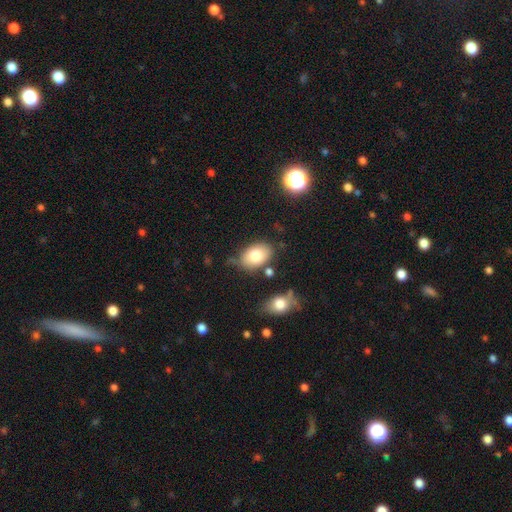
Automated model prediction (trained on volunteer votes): A smooth galaxy with no disk features (79%) that is in between round and cigar-shaped (86%). Merging: none (70%).